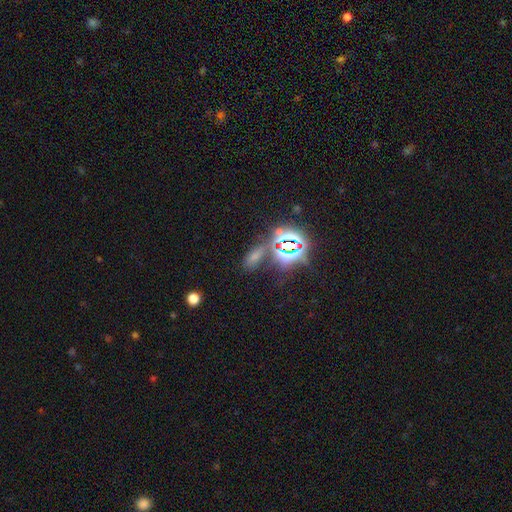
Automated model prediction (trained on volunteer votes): smooth-or-featured: star or artifact: 62% | smooth: 26% | featured or disk: 12%